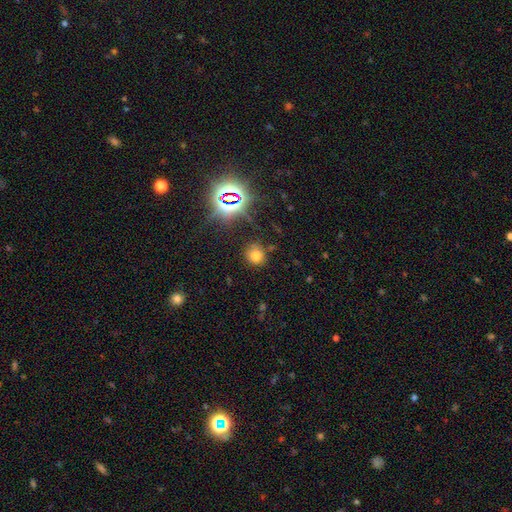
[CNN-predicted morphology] type=smooth (68%); roundness=round (80%); merging=none (76%).